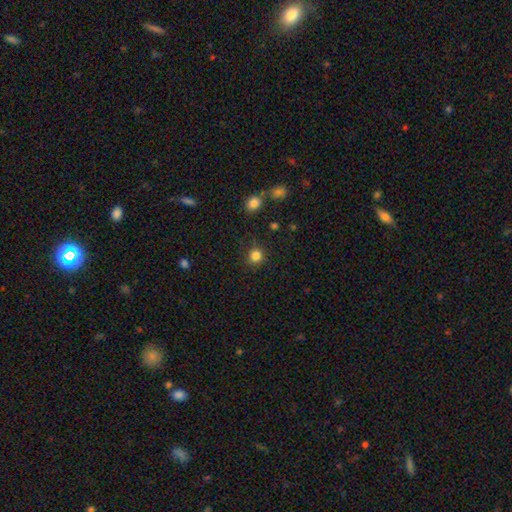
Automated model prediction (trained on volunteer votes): Morphology: type=smooth (84%); roundness=round (91%); merging=none (88%).